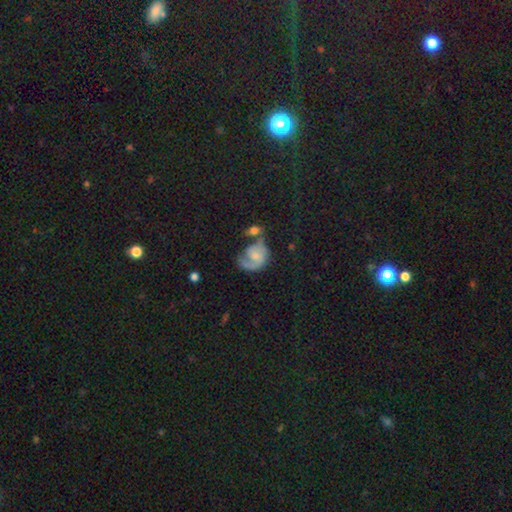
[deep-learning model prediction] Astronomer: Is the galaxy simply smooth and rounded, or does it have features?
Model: featured or disk — 65%.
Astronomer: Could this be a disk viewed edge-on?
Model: no — 98%.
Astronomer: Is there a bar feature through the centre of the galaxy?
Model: no — 65%.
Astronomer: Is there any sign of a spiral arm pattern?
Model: yes — 87%.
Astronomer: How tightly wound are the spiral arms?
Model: medium — 42% (runner-up: tight, 33%).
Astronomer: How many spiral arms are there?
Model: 1 — 45% (runner-up: 2, 40%).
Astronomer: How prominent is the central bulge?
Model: small — 49% (runner-up: moderate, 33%).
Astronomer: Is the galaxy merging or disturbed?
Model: none — 35% (runner-up: major disturbance, 25%).